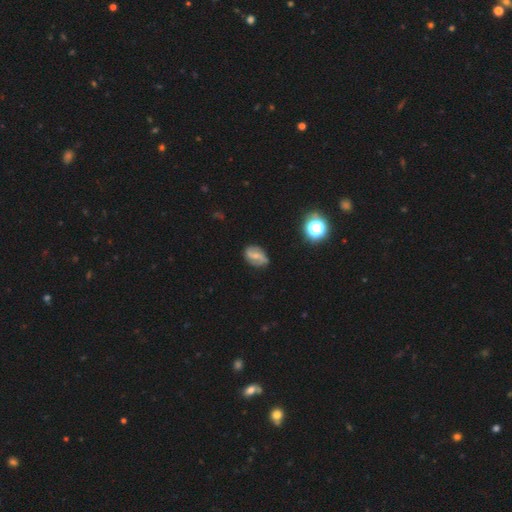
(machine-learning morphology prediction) Smooth or featured?
  - featured or disk: 66% *
  - smooth: 25%
  - star or artifact: 9%
Edge-on disk?
  - no: 97% *
  - yes: 3%
Bar?
  - weak: 47% *
  - no: 28%
  - strong: 25%
Spiral arms?
  - yes: 88% *
  - no: 12%
Spiral winding?
  - loose: 44% *
  - medium: 37%
  - tight: 19%
Spiral arm count?
  - 2: 84% *
  - can't tell: 9%
  - 1: 3%
  - 3: 2%
  - 4: 1%
  - more than 4: 1%
Bulge size?
  - small: 55% *
  - moderate: 32%
  - none: 10%
  - large: 2%
  - dominant: 1%
Merging?
  - none: 76% *
  - minor disturbance: 17%
  - major disturbance: 5%
  - merger: 2%